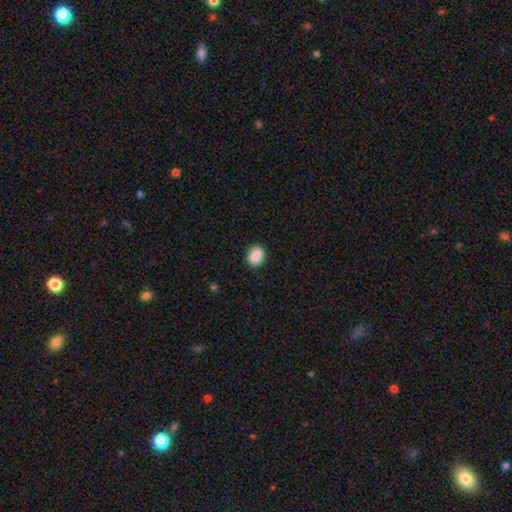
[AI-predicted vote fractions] smooth-or-featured: smooth: 88% | star or artifact: 8% | featured or disk: 4%
  how-rounded: in between: 58% | round: 41% | cigar-shaped: 1%
  merging: none: 88% | minor disturbance: 9% | major disturbance: 2% | merger: 1%